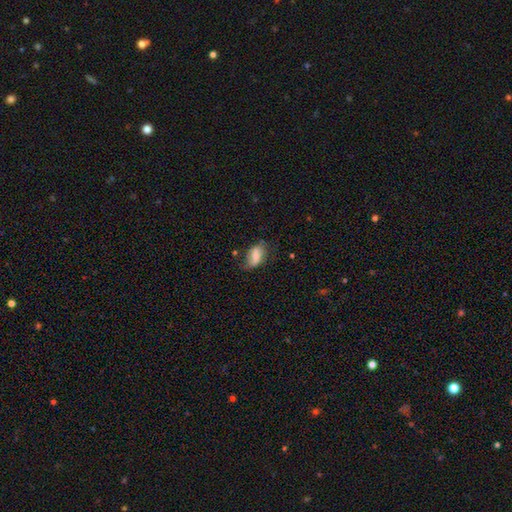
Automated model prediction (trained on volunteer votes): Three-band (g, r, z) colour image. It shows a smooth galaxy with no disk features (60%) that is in between round and cigar-shaped (88%). Merging: none (50%).